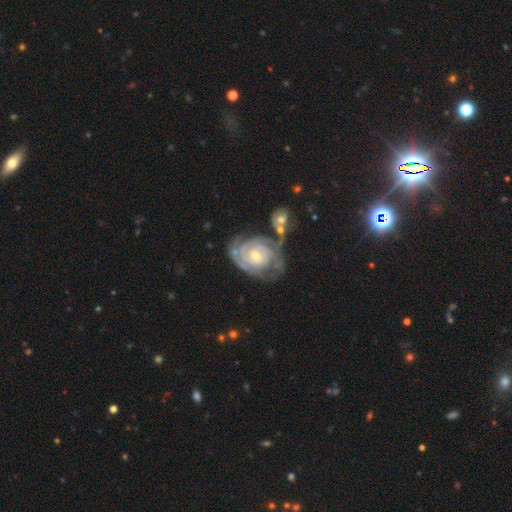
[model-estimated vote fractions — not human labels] featured or disk 86%, smooth 9%, star or artifact 5%. Down the decision tree: edge-on disk — no (97%); bar — no (72%); spiral arms — yes (94%); spiral arm count — can't tell (34%, tied with 2); spiral winding — tight (75%); bulge size — small (52%); merging — none (48%).